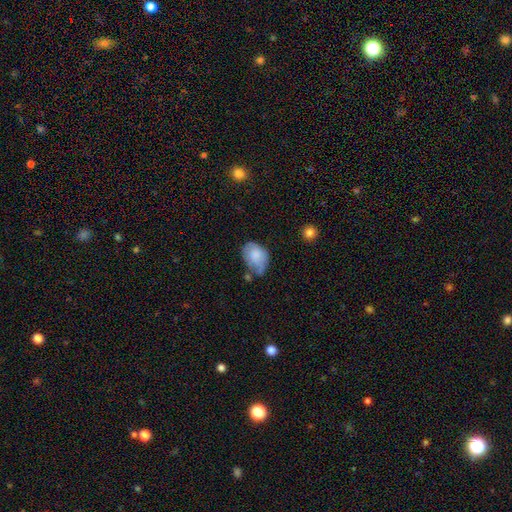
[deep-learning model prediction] A smooth galaxy with no disk features (72%) that is in between round and cigar-shaped (81%).

Vote fractions:
- Smooth or featured? smooth: 72% / featured or disk: 21% / star or artifact: 7%
- How rounded? in between: 81% / round: 18% / cigar-shaped: 1%
- Merging? minor disturbance: 41% / none: 35% / major disturbance: 15% / merger: 9%